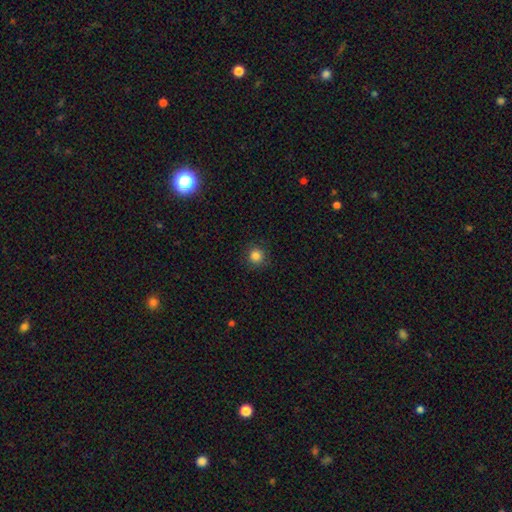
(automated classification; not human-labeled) smooth_or_featured: smooth (p=0.84) [alt: star or artifact p=0.12]
how_rounded: round (p=0.94) [alt: in between p=0.05]
merging: none (p=0.89) [alt: minor disturbance p=0.07]